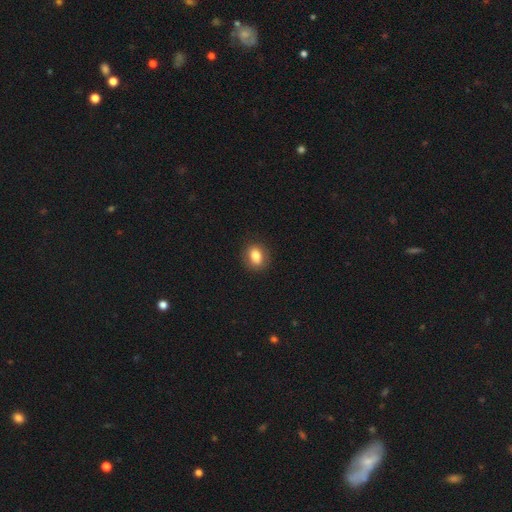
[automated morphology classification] type=smooth (81%); roundness=in between (57%); merging=none (88%).